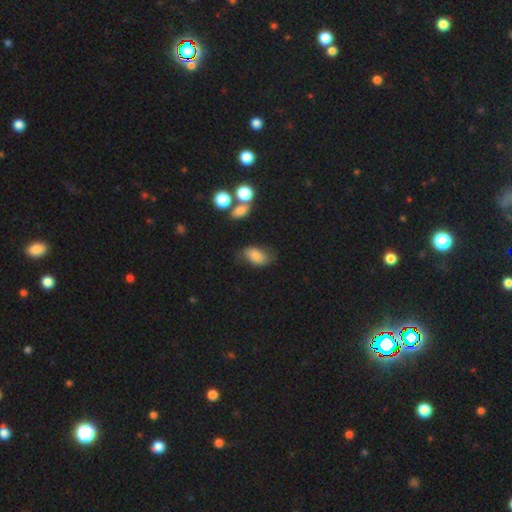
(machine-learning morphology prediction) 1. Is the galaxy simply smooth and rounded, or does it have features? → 72% smooth, 19% featured or disk, 9% star or artifact.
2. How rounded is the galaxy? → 90% in between, 8% round, 2% cigar-shaped.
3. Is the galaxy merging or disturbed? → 59% none, 25% minor disturbance, 10% major disturbance, 6% merger.